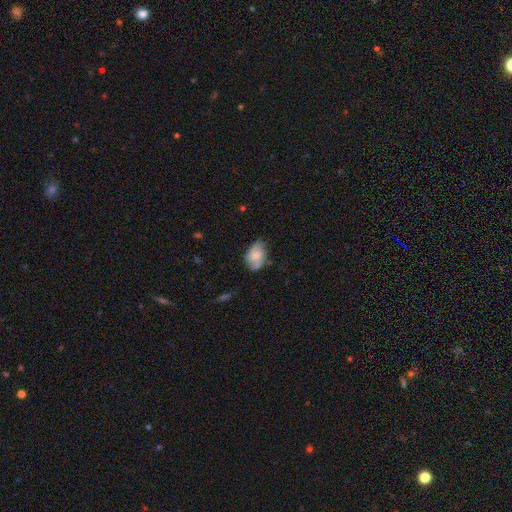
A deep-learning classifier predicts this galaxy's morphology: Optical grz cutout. It shows a smooth galaxy with no disk features (54%) that is in between round and cigar-shaped (82%). Merging: none (56%).